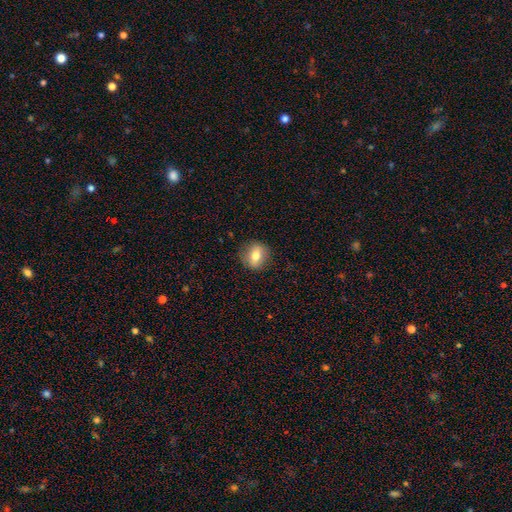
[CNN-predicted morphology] Smooth or featured? smooth (64%)
How rounded? round (70%)
Merging? none (86%)